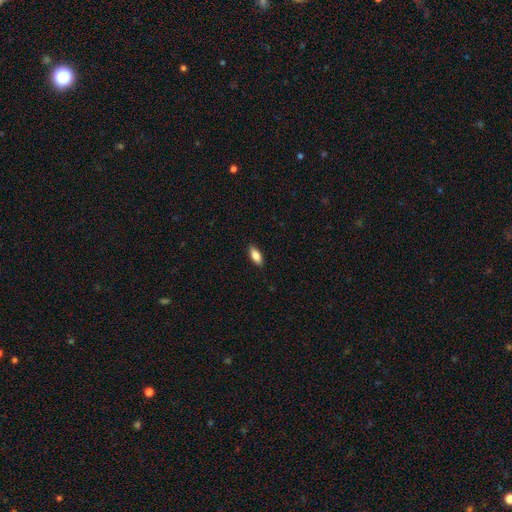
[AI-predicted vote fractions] Q: Smooth or featured?
A: smooth (81%); runner-up: featured or disk (12%)
Q: How rounded?
A: in between (80%); runner-up: cigar-shaped (17%)
Q: Merging?
A: none (89%); runner-up: minor disturbance (8%)